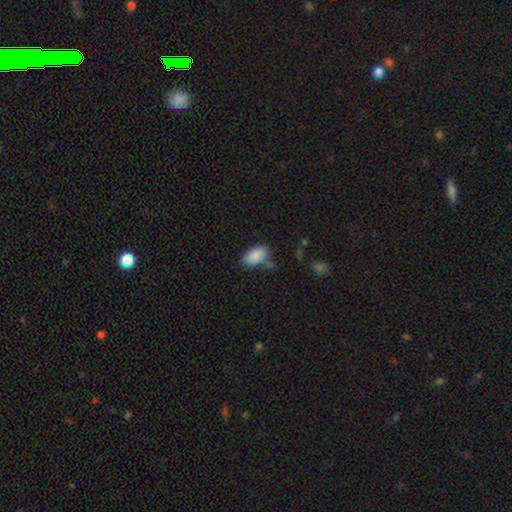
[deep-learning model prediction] A smooth galaxy with no disk features (89%) that is in between round and cigar-shaped (94%). Merging: none (71%).